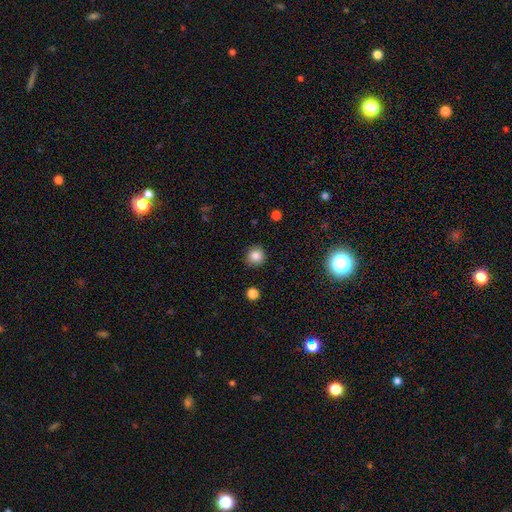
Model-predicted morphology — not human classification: Smooth or featured? Predicted: smooth (p=0.84). How rounded? Predicted: round (p=0.91). Merging? Predicted: none (p=0.90).